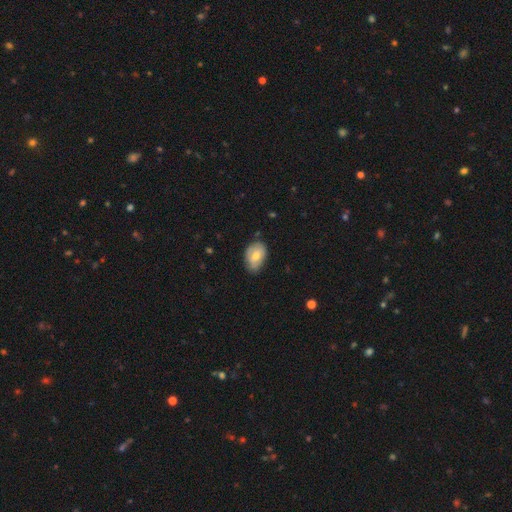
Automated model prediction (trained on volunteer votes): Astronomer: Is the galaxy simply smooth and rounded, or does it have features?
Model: smooth — 64%.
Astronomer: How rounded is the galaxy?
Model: in between — 86%.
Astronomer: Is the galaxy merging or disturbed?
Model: none — 63%.